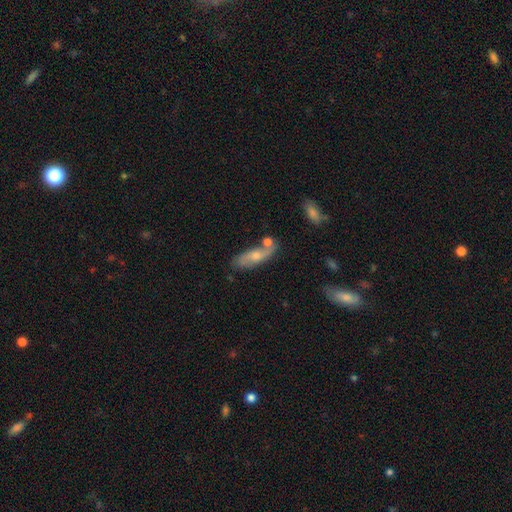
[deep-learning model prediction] Smooth or featured? Predicted: smooth (p=0.47). Merging? Predicted: none (p=0.61).